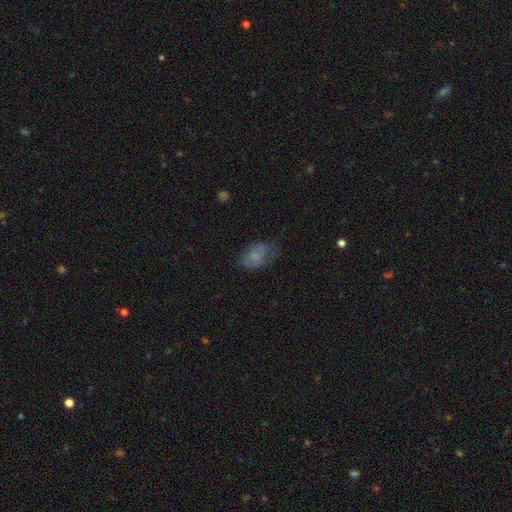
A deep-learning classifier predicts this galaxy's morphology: smooth_or_featured: smooth (p=0.65) [alt: featured or disk p=0.24]
how_rounded: in between (p=0.86) [alt: round p=0.12]
merging: none (p=0.49) [alt: minor disturbance p=0.30]